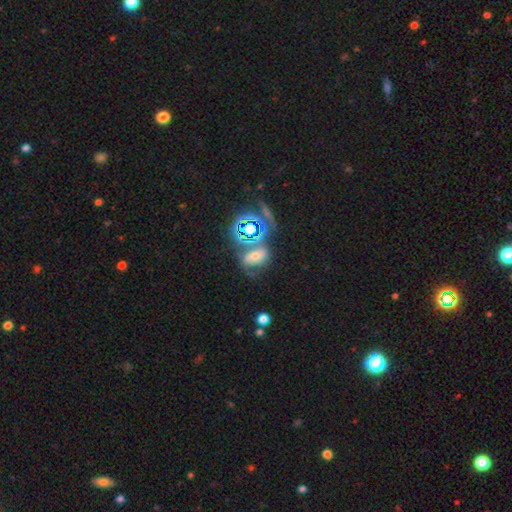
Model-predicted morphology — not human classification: Smooth or featured? featured or disk (34%)
Merging? none (49%)